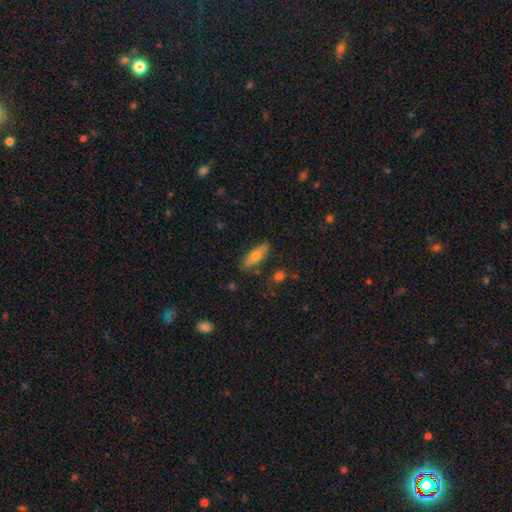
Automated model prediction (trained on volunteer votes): Overall: smooth (64%; featured or disk 29%). How rounded: in between (52%; cigar-shaped 45%). Merging: none (83%).